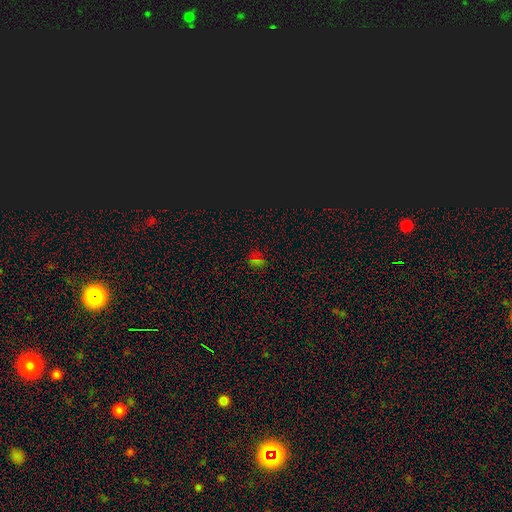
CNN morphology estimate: A star or artifact, not a galaxy (53%).

Vote fractions:
- Smooth or featured? star or artifact: 53% / smooth: 40% / featured or disk: 7%